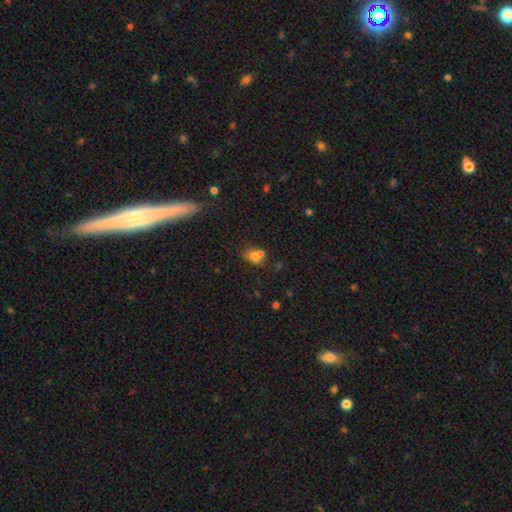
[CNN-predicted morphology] Smooth or featured? smooth (70%)
How rounded? round (64%)
Merging? merger (47%)